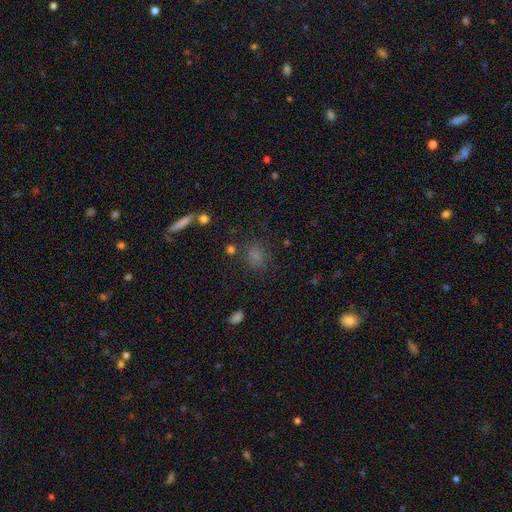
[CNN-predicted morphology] Overall: smooth (75%). How rounded: round (63%; in between 35%). Merging: none (77%).